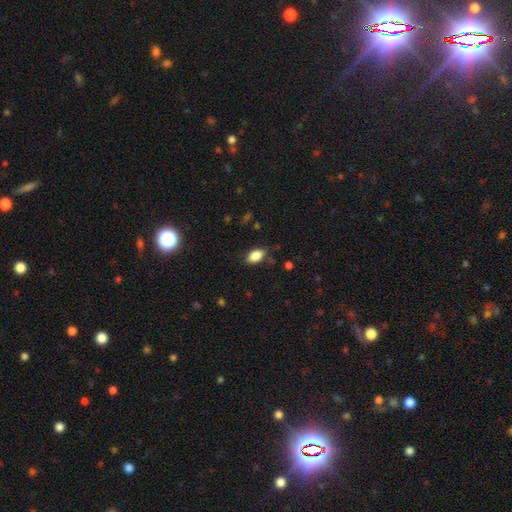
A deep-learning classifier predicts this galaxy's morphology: The model was most divided on "merging": none: 77%, minor disturbance: 17%, major disturbance: 4%, merger: 2%. More confident: how rounded — in between (91%); smooth or featured — smooth (85%).